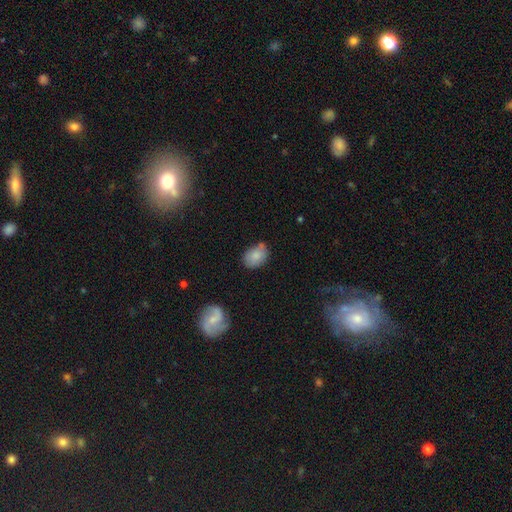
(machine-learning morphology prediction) Q: Smooth or featured?
A: smooth (83%); runner-up: featured or disk (9%)
Q: How rounded?
A: in between (78%); runner-up: round (21%)
Q: Merging?
A: none (62%); runner-up: minor disturbance (25%)